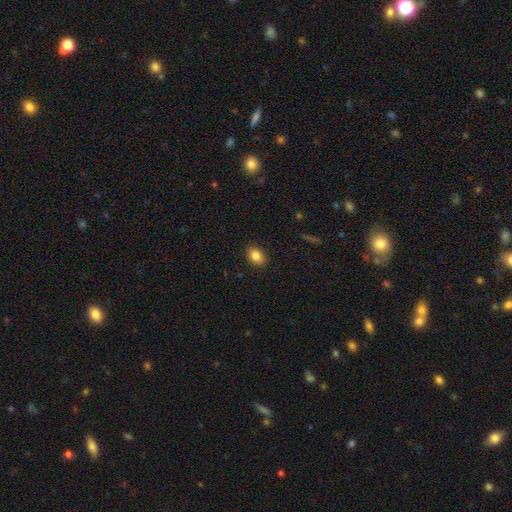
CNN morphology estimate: This appears to be a smooth galaxy with no disk features (84%) that is in between round and cigar-shaped (73%). Merging: none (88%).